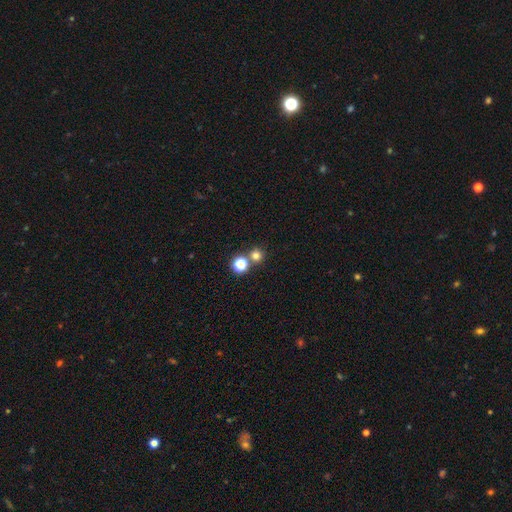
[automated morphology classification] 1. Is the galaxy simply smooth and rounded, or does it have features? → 73% smooth, 20% star or artifact, 6% featured or disk.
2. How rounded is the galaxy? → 92% round, 7% in between, 1% cigar-shaped.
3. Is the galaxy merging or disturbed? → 71% none, 20% merger, 6% minor disturbance, 3% major disturbance.